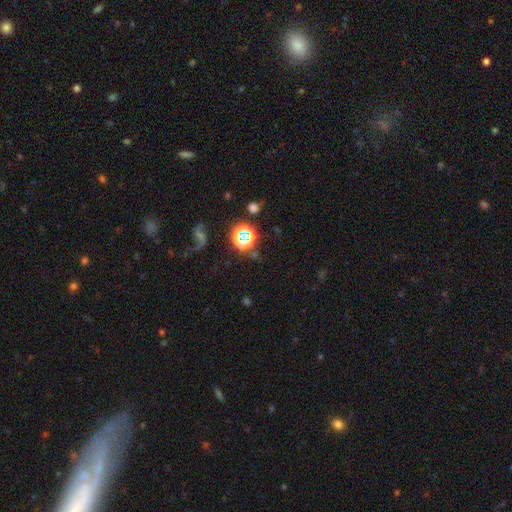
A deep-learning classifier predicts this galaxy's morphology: This appears to be a star or artifact, not a galaxy (59%).